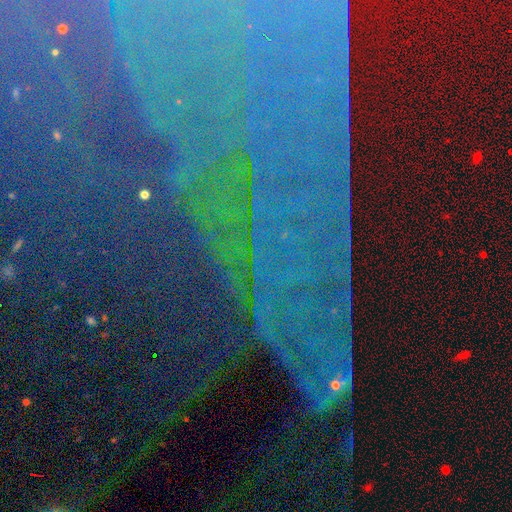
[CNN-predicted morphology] Smooth or featured? Predicted: star or artifact (p=0.85).